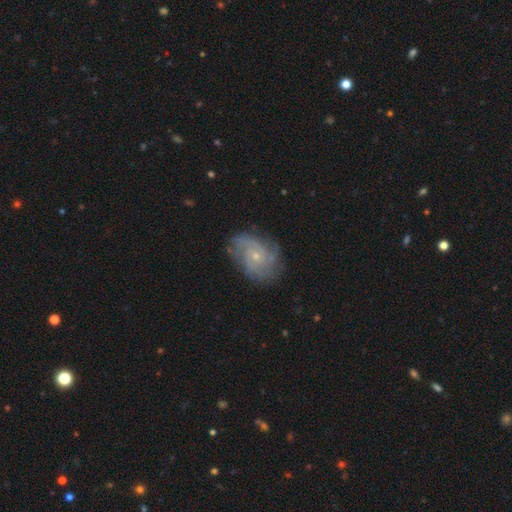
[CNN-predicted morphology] Smooth or featured? featured or disk (81%)
Edge-on disk? no (97%)
Bar? no (77%)
Spiral arms? yes (95%)
Spiral winding? tight (53%)
Spiral arm count? can't tell (29%)
Bulge size? small (74%)
Merging? none (73%)